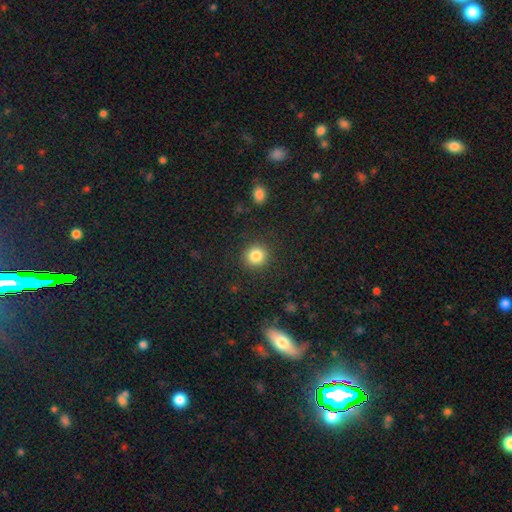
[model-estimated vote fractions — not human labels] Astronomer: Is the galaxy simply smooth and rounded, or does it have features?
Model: smooth — 84%.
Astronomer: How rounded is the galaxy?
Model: round — 90%.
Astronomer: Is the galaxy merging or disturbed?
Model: none — 90%.